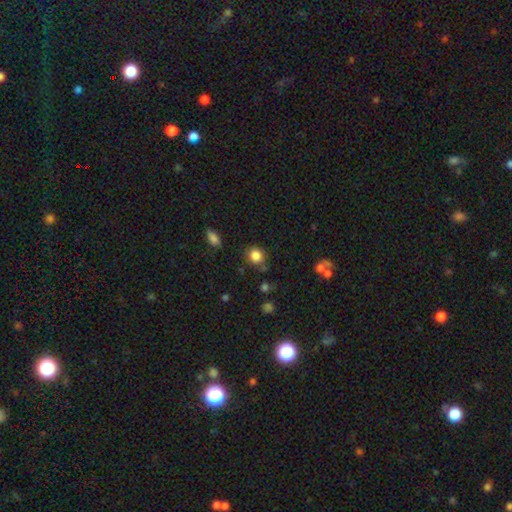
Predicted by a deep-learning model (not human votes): smooth-or-featured: smooth: 84% | star or artifact: 11% | featured or disk: 5%
  how-rounded: round: 75% | in between: 24% | cigar-shaped: 1%
  merging: none: 75% | minor disturbance: 17% | major disturbance: 4% | merger: 4%